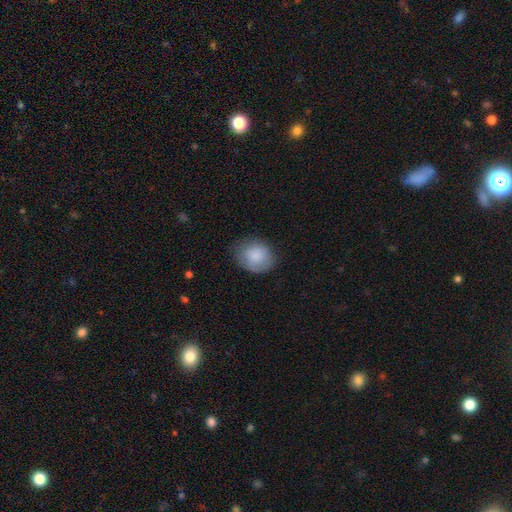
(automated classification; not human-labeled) Q: Smooth or featured?
A: smooth (84%); runner-up: featured or disk (9%)
Q: How rounded?
A: round (58%); runner-up: in between (41%)
Q: Merging?
A: none (69%); runner-up: minor disturbance (23%)